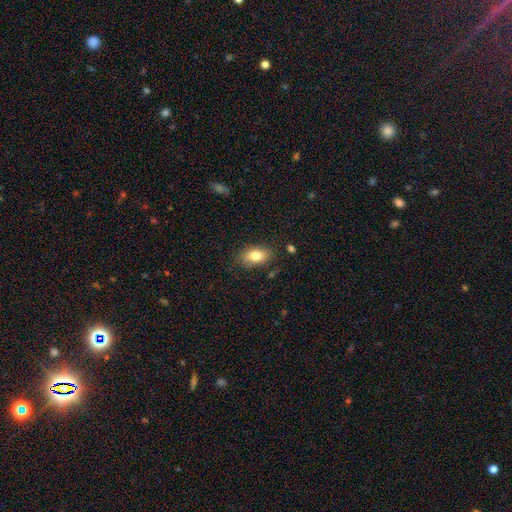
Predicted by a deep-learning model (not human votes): The model was most divided on "merging": none: 80%, minor disturbance: 15%, major disturbance: 4%, merger: 2%. More confident: how rounded — in between (88%); smooth or featured — smooth (80%).